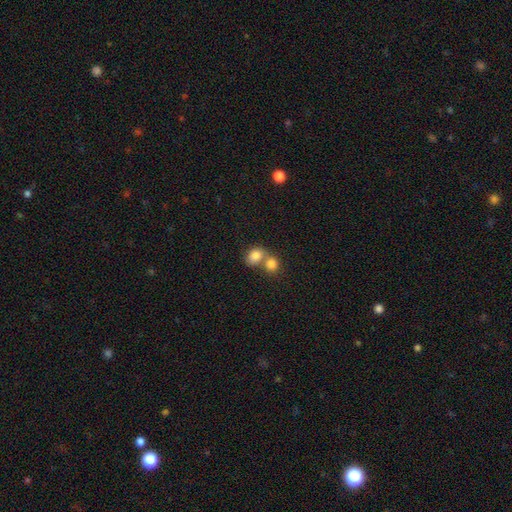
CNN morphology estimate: This appears to be a smooth galaxy with no disk features (82%) that is in between round and cigar-shaped (53%). Merging: merger (60%).